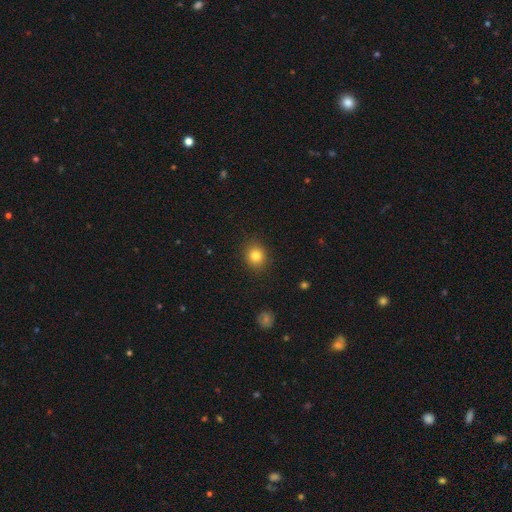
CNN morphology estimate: Smooth or featured? Predicted: smooth (p=0.82). How rounded? Predicted: round (p=0.81). Merging? Predicted: none (p=0.89).